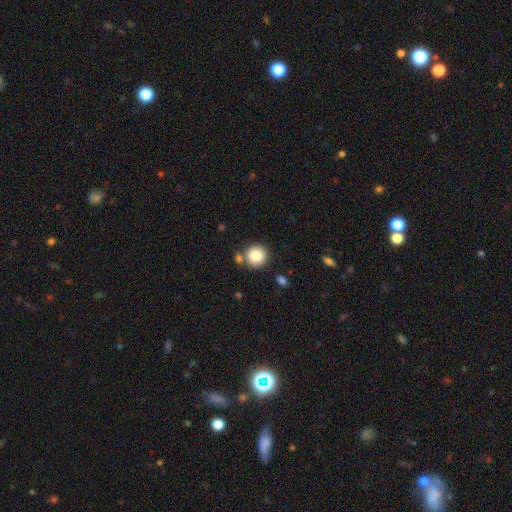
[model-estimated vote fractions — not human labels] Morphology: type=smooth (84%); roundness=round (93%); merging=none (76%).